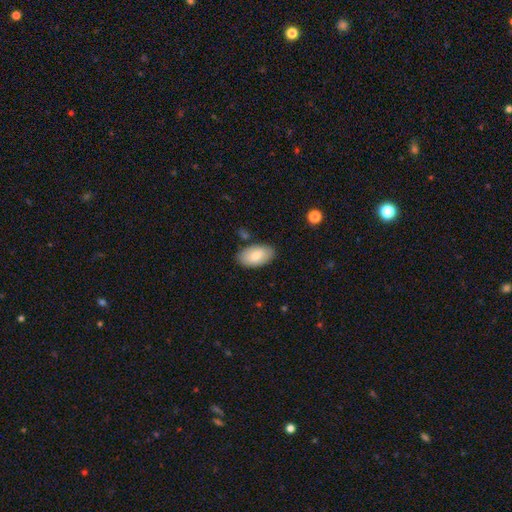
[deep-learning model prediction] smooth 77%, featured or disk 17%, star or artifact 6%. Down the decision tree: how rounded — in between (95%); merging — none (82%).